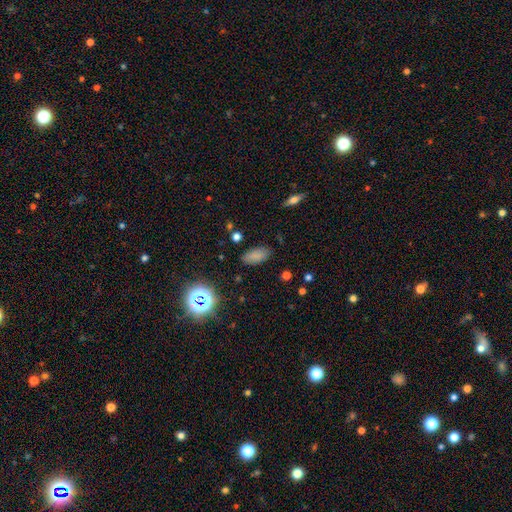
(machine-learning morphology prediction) This appears to be a smooth galaxy with no disk features (80%) that is in between round and cigar-shaped (91%). Merging: none (84%).